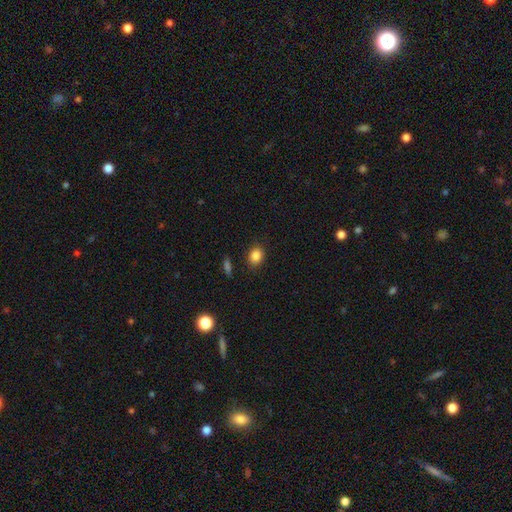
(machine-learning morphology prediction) Q: Smooth or featured?
A: smooth (85%); runner-up: star or artifact (10%)
Q: How rounded?
A: in between (51%); runner-up: round (48%)
Q: Merging?
A: none (85%); runner-up: minor disturbance (10%)